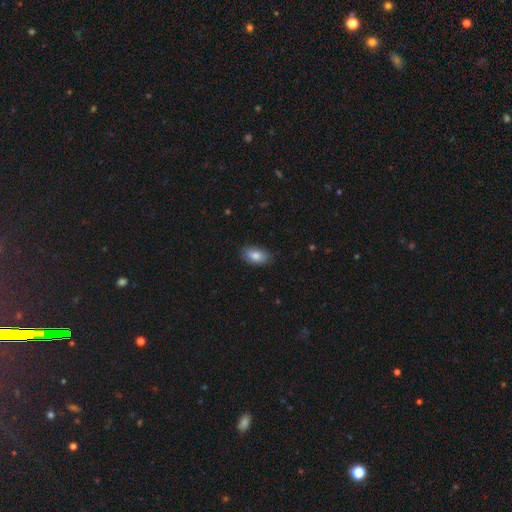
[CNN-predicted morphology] smooth 83%, featured or disk 10%, star or artifact 7%. Down the decision tree: how rounded — in between (93%); merging — none (82%).